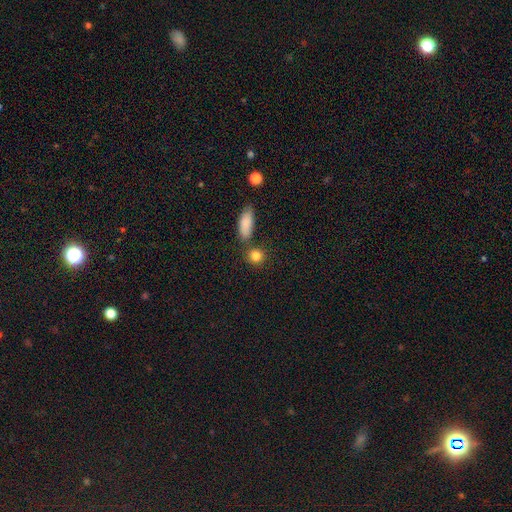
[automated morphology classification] The model was most divided on "merging": none: 73%, merger: 14%, minor disturbance: 10%, major disturbance: 4%. More confident: smooth or featured — smooth (84%); how rounded — round (80%).